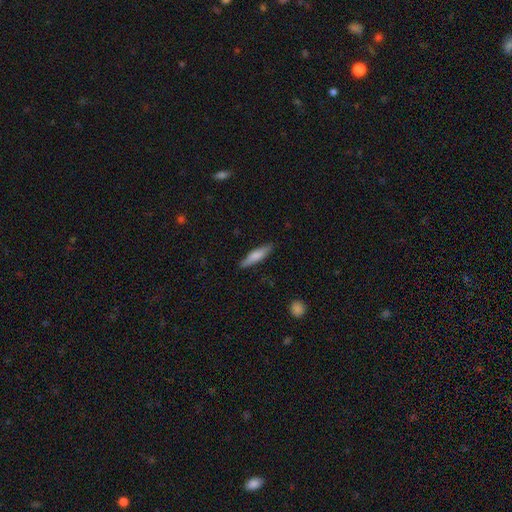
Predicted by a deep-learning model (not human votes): Morphology: type=smooth (71%); roundness=cigar-shaped (78%); merging=none (86%).